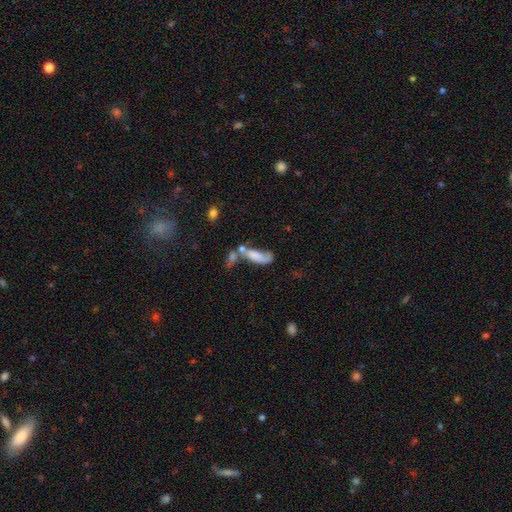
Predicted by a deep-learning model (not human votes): A smooth galaxy with no disk features (61%) that is in between round and cigar-shaped (64%).

Vote fractions:
- Smooth or featured? smooth: 61% / featured or disk: 29% / star or artifact: 10%
- How rounded? in between: 64% / cigar-shaped: 33% / round: 3%
- Merging? merger: 48% / none: 20% / major disturbance: 18% / minor disturbance: 14%